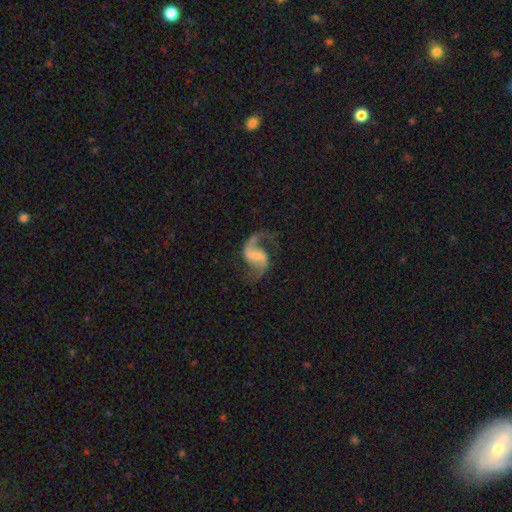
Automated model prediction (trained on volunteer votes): Smooth or featured: featured or disk — 91% (star or artifact — 5%)
Edge-on disk: no — 98% (yes — 2%)
Bar: weak — 47% (strong — 31%)
Spiral arms: yes — 97% (no — 3%)
Spiral winding: loose — 61% (medium — 34%)
Spiral arm count: 2 — 93% (1 — 3%)
Bulge size: none — 48% (small — 28%)
Merging: none — 75% (minor disturbance — 13%)